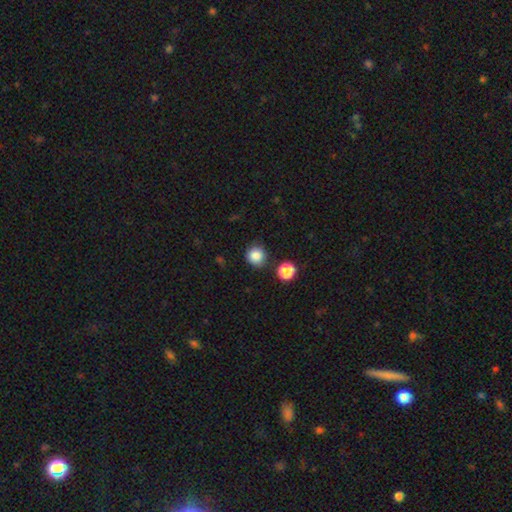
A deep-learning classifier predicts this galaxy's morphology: type=smooth (85%); roundness=round (91%); merging=none (82%).